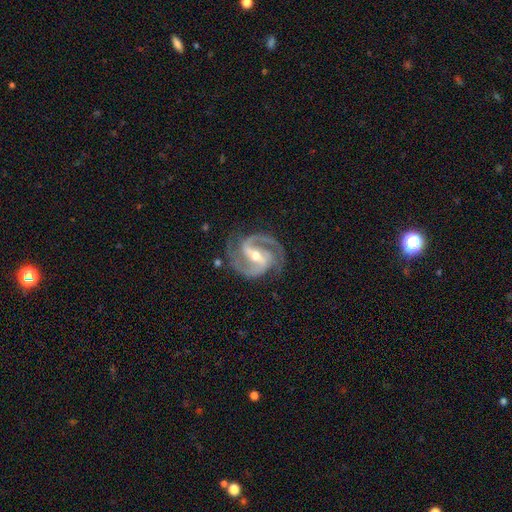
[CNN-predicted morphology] This is clearly a featured or disk galaxy (94%). It is clearly not viewed edge-on (98%). Bar: likely strong (61%). Spiral arm pattern: clearly yes (99%). Spiral arm count: clearly 2 (87%). Spiral winding: possibly medium (58%). Central bulge: possibly moderate (52%). Merging: clearly none (81%).